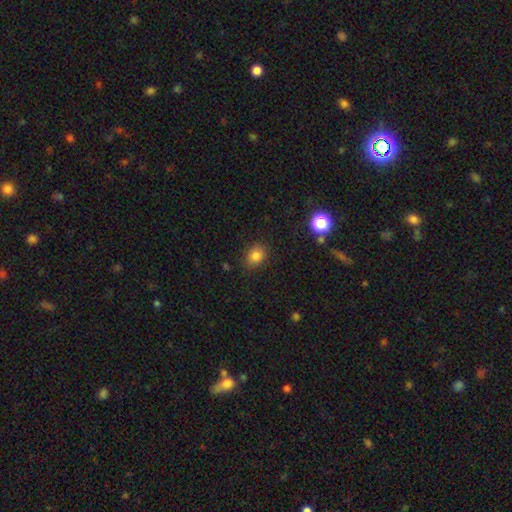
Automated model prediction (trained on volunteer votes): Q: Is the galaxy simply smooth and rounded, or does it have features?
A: smooth — 82%.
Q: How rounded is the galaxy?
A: in between — 53%.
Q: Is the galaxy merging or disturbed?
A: none — 85%.